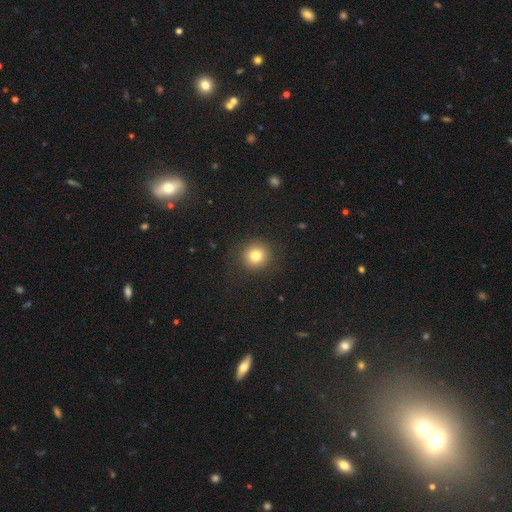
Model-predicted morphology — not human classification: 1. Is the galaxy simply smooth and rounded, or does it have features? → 80% smooth, 12% star or artifact, 8% featured or disk.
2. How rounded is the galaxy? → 92% round, 7% in between, 1% cigar-shaped.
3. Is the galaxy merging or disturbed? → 89% none, 7% minor disturbance, 3% major disturbance, 1% merger.